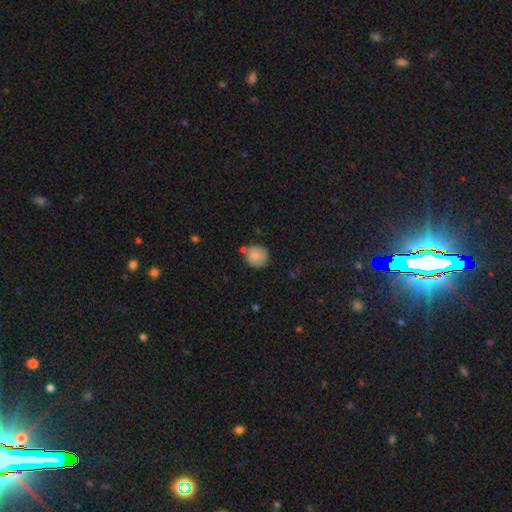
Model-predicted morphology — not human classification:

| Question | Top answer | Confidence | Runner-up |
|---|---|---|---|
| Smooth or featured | smooth | 80% | featured or disk (12%) |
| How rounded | round | 87% | in between (12%) |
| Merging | none | 65% | minor disturbance (19%) |